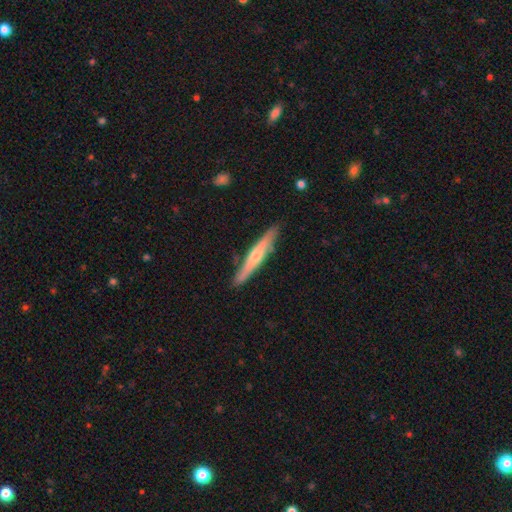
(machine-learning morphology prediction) smooth-or-featured: featured or disk: 53% | smooth: 42% | star or artifact: 5%
  disk-edge-on: yes: 93% | no: 7%
  merging: none: 85% | minor disturbance: 11% | merger: 2% | major disturbance: 2%